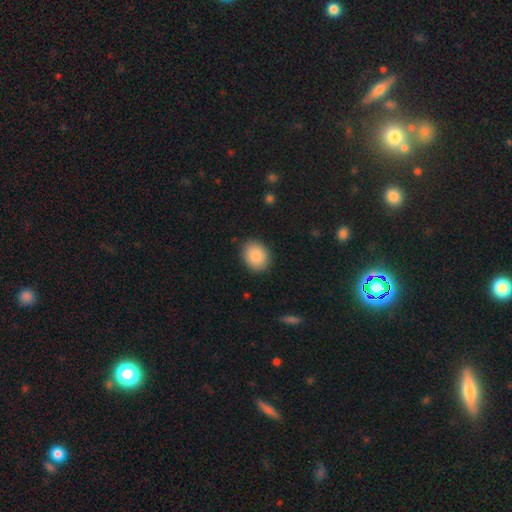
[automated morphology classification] Overall: smooth (88%). How rounded: in between (50%; round 49%). Merging: none (89%).